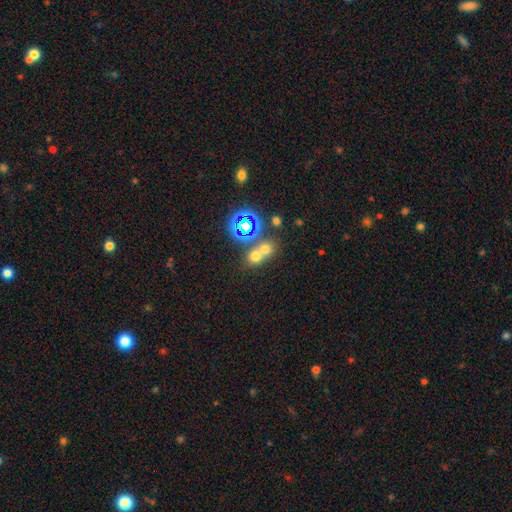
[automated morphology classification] Smooth or featured? Predicted: smooth (p=0.58). How rounded? Predicted: round (p=0.74). Merging? Predicted: merger (p=0.46).